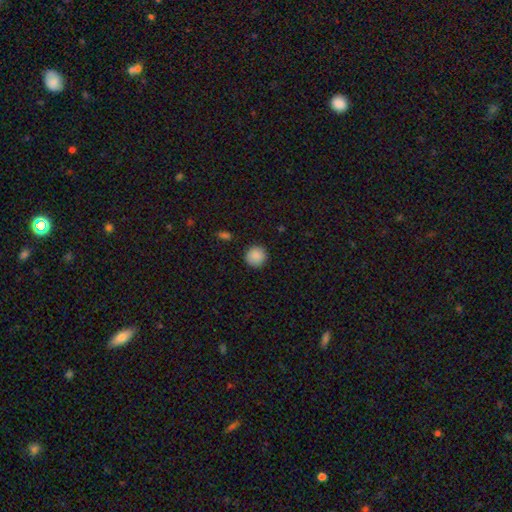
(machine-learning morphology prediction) Overall: smooth (88%). How rounded: round (94%). Merging: none (91%).